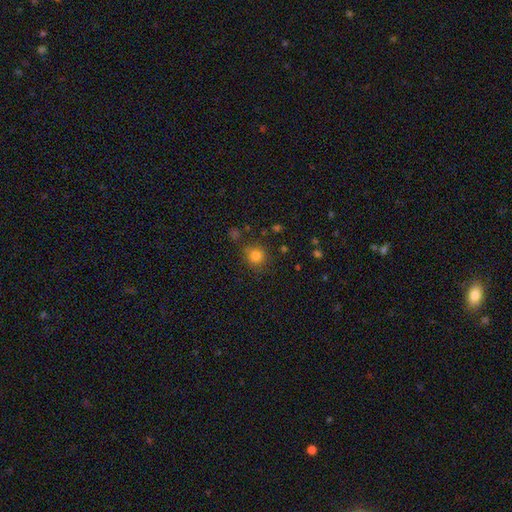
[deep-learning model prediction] Overall: smooth (81%). How rounded: round (90%). Merging: none (79%).